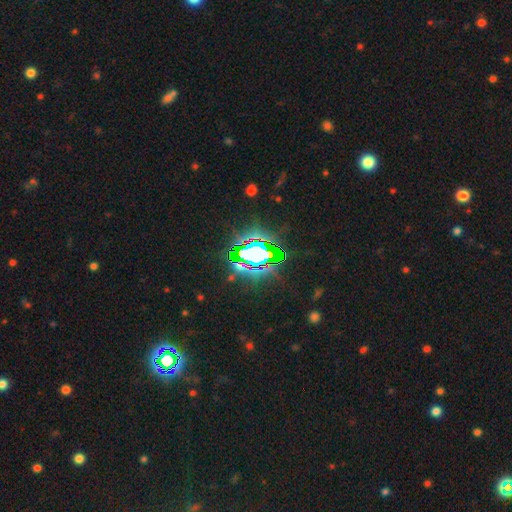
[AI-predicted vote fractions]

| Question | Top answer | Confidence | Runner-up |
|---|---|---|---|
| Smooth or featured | star or artifact | 72% | featured or disk (15%) |